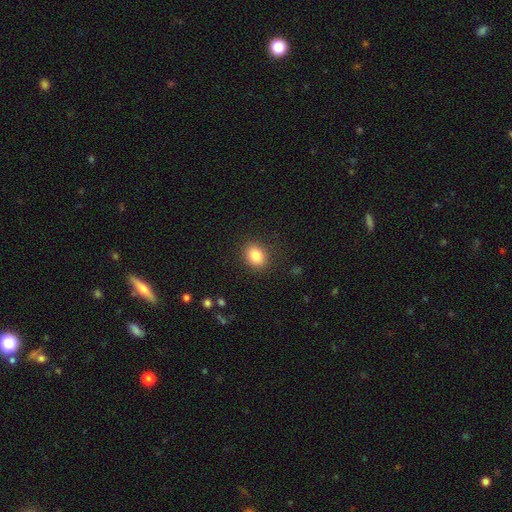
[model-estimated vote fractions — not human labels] This appears to be a smooth galaxy with no disk features (83%) that is in between round and cigar-shaped (52%). Merging: none (88%).